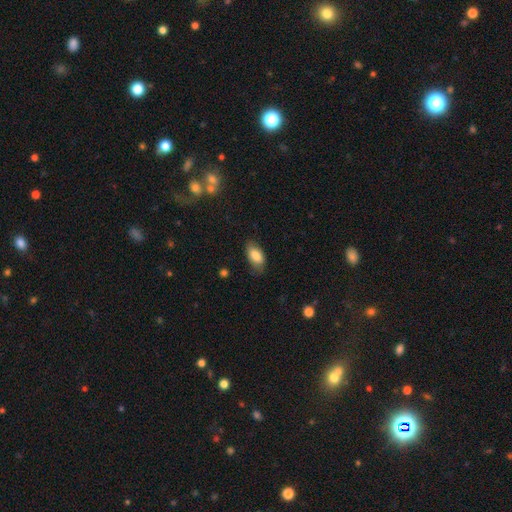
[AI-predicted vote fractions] smooth 83%, featured or disk 10%, star or artifact 7%. Down the decision tree: how rounded — in between (92%); merging — none (72%).